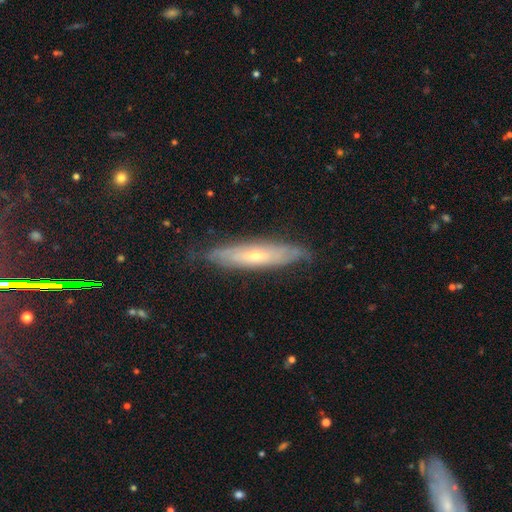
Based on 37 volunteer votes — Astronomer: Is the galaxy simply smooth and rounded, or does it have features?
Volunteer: featured or disk — 59% (runner-up: smooth, 35%).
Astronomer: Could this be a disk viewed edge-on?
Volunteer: yes — 50%, tied with no at 50%.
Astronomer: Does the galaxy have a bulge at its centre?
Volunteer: rounded — 73%.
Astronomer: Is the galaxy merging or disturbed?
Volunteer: none — 60%.